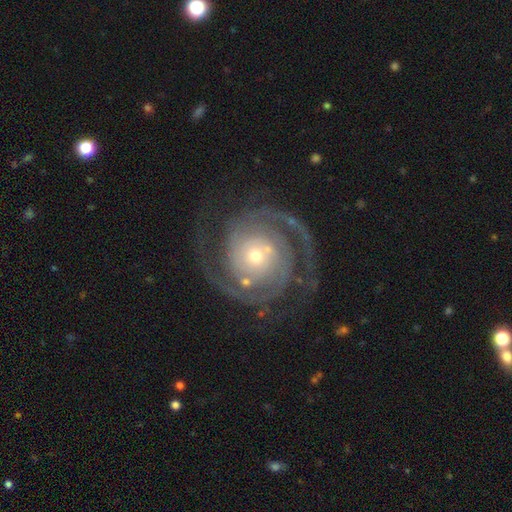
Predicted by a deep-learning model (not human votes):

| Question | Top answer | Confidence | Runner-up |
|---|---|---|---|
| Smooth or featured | featured or disk | 91% | star or artifact (5%) |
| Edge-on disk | no | 98% | yes (2%) |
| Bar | no | 75% | weak (16%) |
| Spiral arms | yes | 98% | no (2%) |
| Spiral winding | tight | 63% | medium (31%) |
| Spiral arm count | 2 | 85% | 3 (6%) |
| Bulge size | small | 56% | moderate (38%) |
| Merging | none | 79% | minor disturbance (12%) |